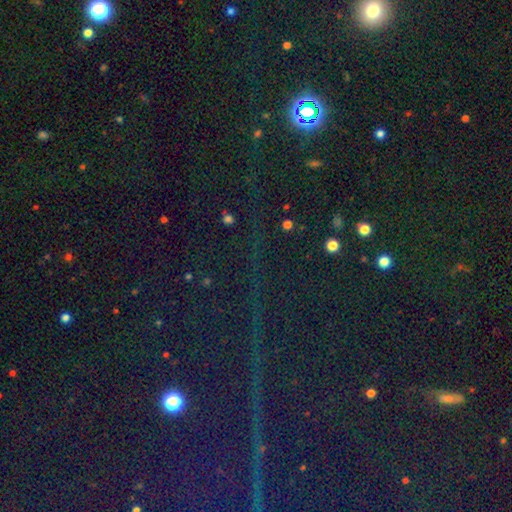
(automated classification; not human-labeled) The model was most divided on "smooth or featured": star or artifact: 85%, smooth: 9%, featured or disk: 7%.